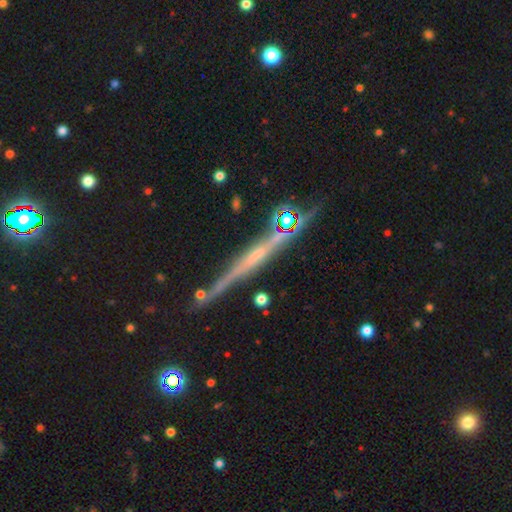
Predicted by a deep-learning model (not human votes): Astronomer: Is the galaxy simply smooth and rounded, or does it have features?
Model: featured or disk — 68%.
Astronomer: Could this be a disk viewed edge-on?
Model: yes — 96%.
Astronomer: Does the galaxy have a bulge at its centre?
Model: none — 56%.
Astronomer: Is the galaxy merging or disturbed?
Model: none — 79%.